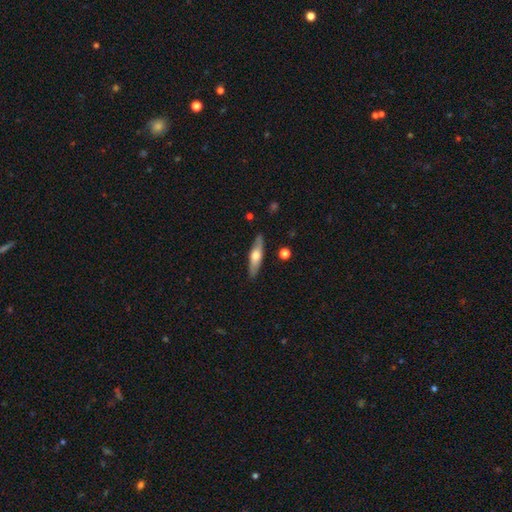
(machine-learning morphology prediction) A smooth galaxy with no disk features (49%).

Vote fractions:
- Smooth or featured? smooth: 49% / featured or disk: 46% / star or artifact: 6%
- Merging? none: 88% / minor disturbance: 9% / major disturbance: 2% / merger: 2%